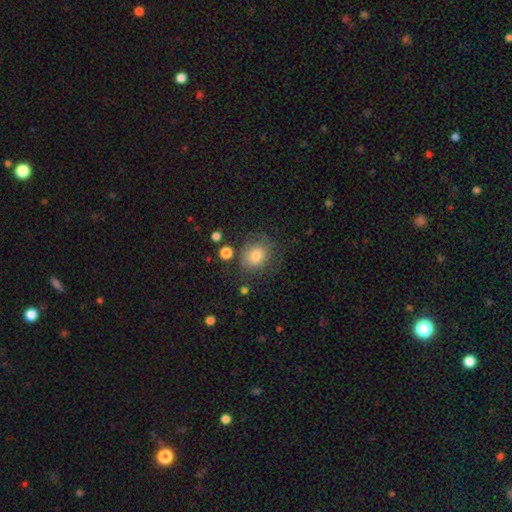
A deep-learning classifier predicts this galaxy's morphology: smooth-or-featured: smooth: 73% | featured or disk: 17% | star or artifact: 10%
  how-rounded: round: 66% | in between: 33% | cigar-shaped: 1%
  merging: none: 62% | minor disturbance: 22% | major disturbance: 13% | merger: 4%